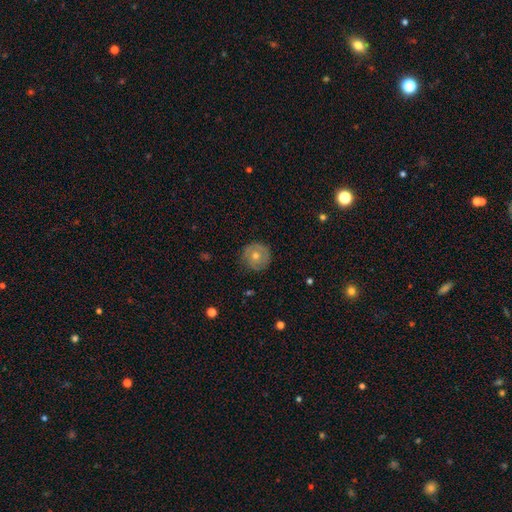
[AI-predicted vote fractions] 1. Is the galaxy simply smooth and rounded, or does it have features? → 46% featured or disk, 43% smooth, 10% star or artifact.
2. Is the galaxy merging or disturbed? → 83% none, 12% minor disturbance, 3% major disturbance, 1% merger.